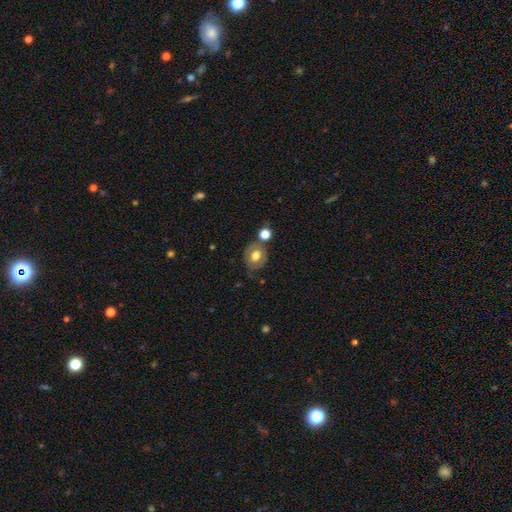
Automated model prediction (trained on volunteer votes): Q: Smooth or featured?
A: smooth (60%); runner-up: featured or disk (31%)
Q: How rounded?
A: round (59%); runner-up: in between (40%)
Q: Merging?
A: none (60%); runner-up: minor disturbance (19%)